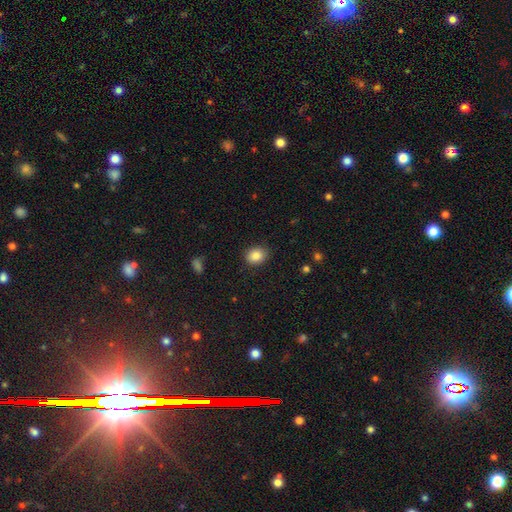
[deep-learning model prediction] This appears to be a smooth galaxy with no disk features (87%) that is in between round and cigar-shaped (52%). Merging: none (85%).